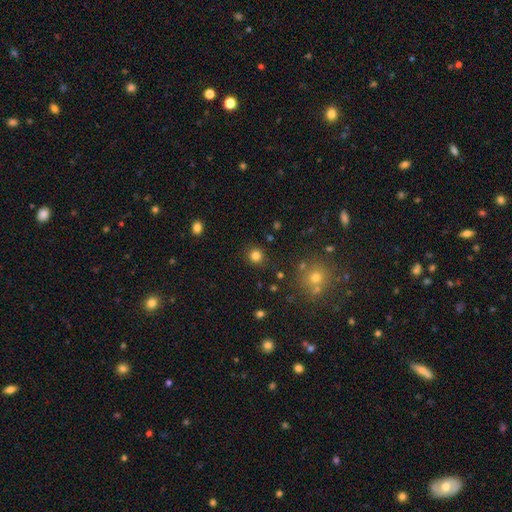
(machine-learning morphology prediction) A smooth galaxy with no disk features (82%) that is round (93%). Merging: none (89%).